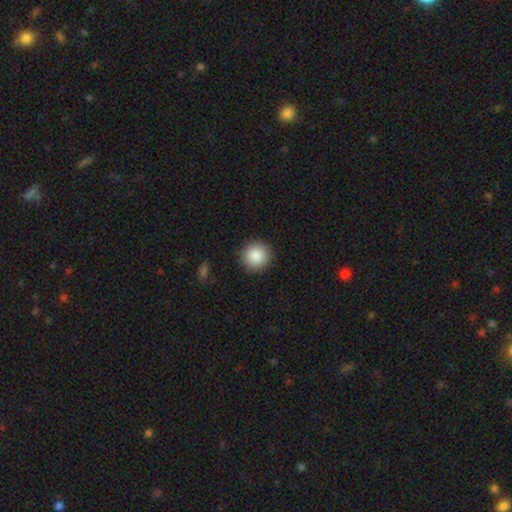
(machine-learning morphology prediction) Smooth or featured?
  - smooth: 87% *
  - star or artifact: 8%
  - featured or disk: 5%
How rounded?
  - round: 94% *
  - in between: 5%
  - cigar-shaped: 1%
Merging?
  - none: 91% *
  - minor disturbance: 6%
  - major disturbance: 2%
  - merger: 1%